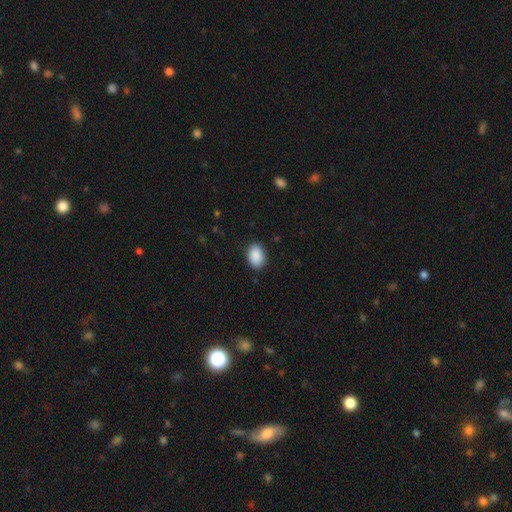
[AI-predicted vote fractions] This is clearly a smooth galaxy (90%). How rounded: clearly in between (83%). Merging: clearly none (87%).